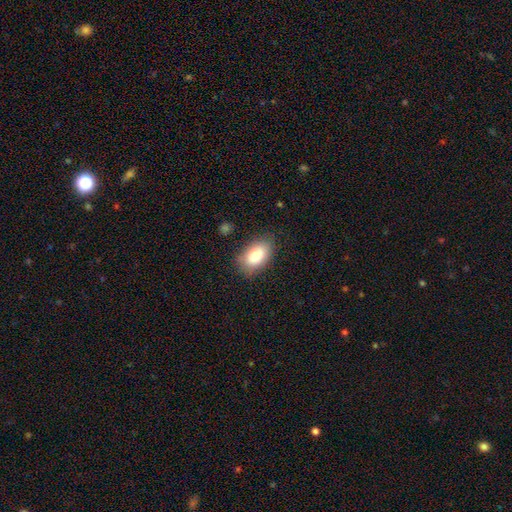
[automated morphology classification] smooth-or-featured: smooth: 84% | featured or disk: 9% | star or artifact: 7%
  how-rounded: in between: 92% | round: 6% | cigar-shaped: 2%
  merging: none: 79% | minor disturbance: 15% | major disturbance: 4% | merger: 1%